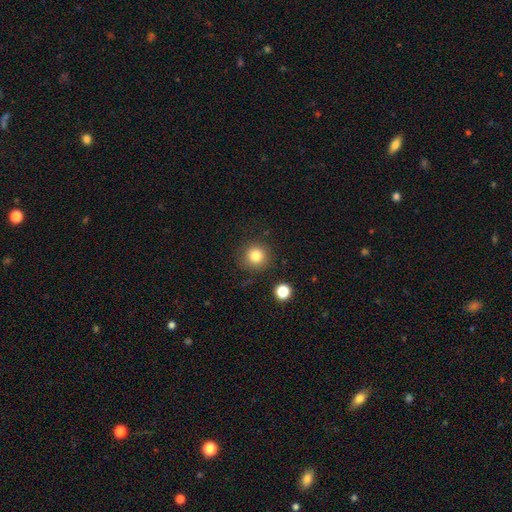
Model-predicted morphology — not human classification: Smooth or featured? Predicted: smooth (p=0.82). How rounded? Predicted: round (p=0.94). Merging? Predicted: none (p=0.86).